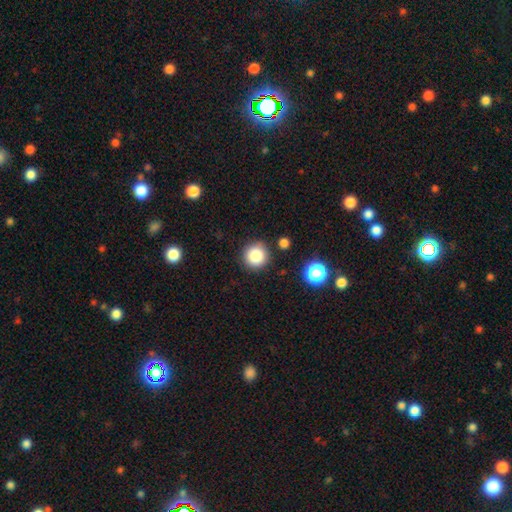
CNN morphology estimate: Smooth or featured?
  - smooth: 85% *
  - star or artifact: 11%
  - featured or disk: 4%
How rounded?
  - round: 94% *
  - in between: 5%
  - cigar-shaped: 1%
Merging?
  - none: 87% *
  - minor disturbance: 8%
  - merger: 3%
  - major disturbance: 2%